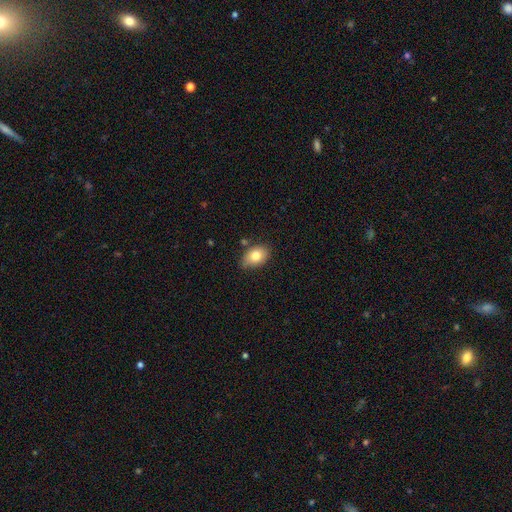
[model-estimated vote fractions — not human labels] Q: Smooth or featured?
A: smooth (80%); runner-up: featured or disk (12%)
Q: How rounded?
A: in between (80%); runner-up: round (19%)
Q: Merging?
A: none (74%); runner-up: minor disturbance (19%)